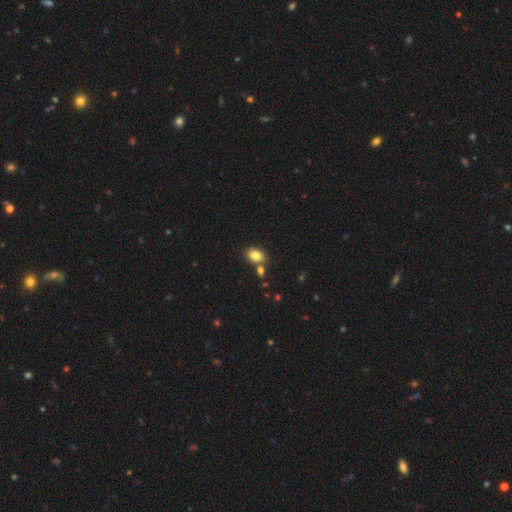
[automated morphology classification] Smooth or featured: smooth — 84% (star or artifact — 9%)
How rounded: in between — 84% (round — 15%)
Merging: none — 67% (merger — 18%)